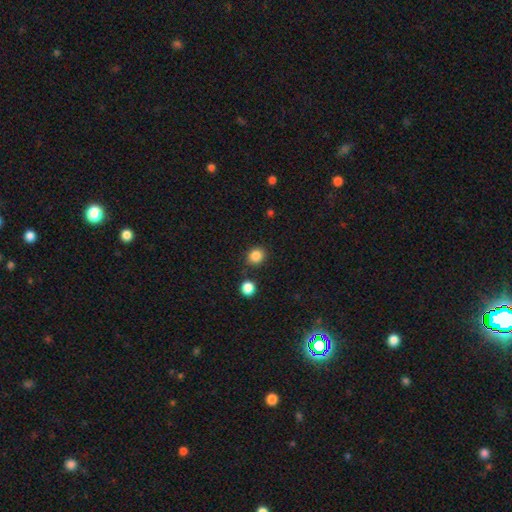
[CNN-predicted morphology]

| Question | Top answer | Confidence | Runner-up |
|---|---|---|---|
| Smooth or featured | smooth | 85% | star or artifact (11%) |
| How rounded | round | 83% | in between (16%) |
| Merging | none | 85% | minor disturbance (8%) |